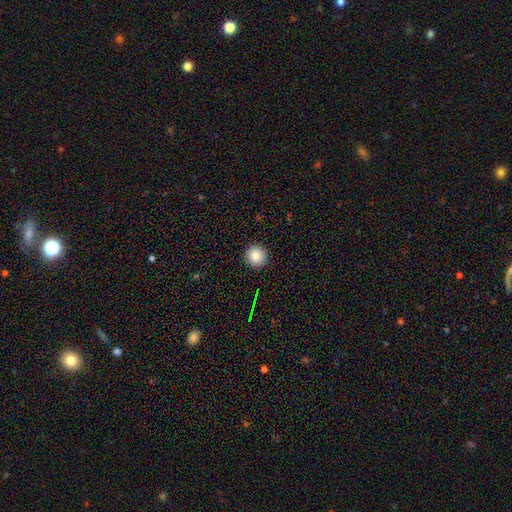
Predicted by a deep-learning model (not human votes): The model was most divided on "smooth or featured": smooth: 85%, star or artifact: 10%, featured or disk: 5%. More confident: how rounded — round (95%); merging — none (93%).